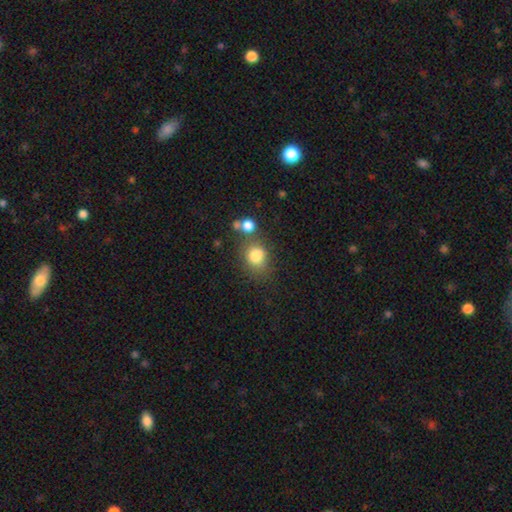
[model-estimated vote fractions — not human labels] Smooth or featured? Predicted: smooth (p=0.80). How rounded? Predicted: round (p=0.58). Merging? Predicted: none (p=0.56).